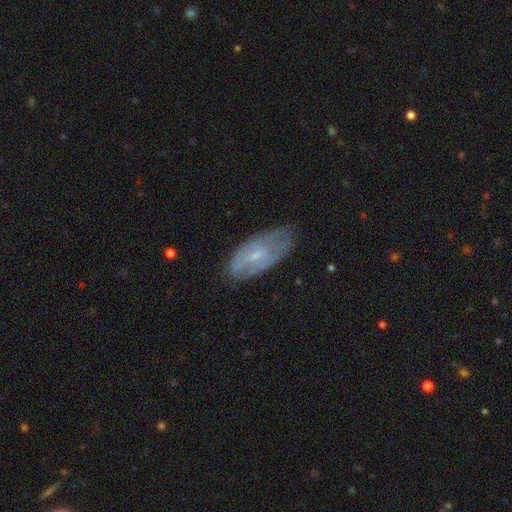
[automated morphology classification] smooth-or-featured: featured or disk: 54% | smooth: 39% | star or artifact: 7%
  disk-edge-on: no: 88% | yes: 12%
  merging: none: 63% | minor disturbance: 26% | major disturbance: 9% | merger: 2%